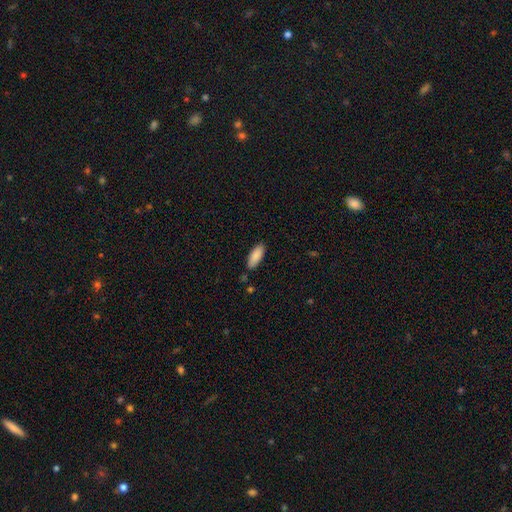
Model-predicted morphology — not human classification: The model was most divided on "how rounded": in between: 76%, cigar-shaped: 22%, round: 2%. More confident: smooth or featured — smooth (89%); merging — none (83%).